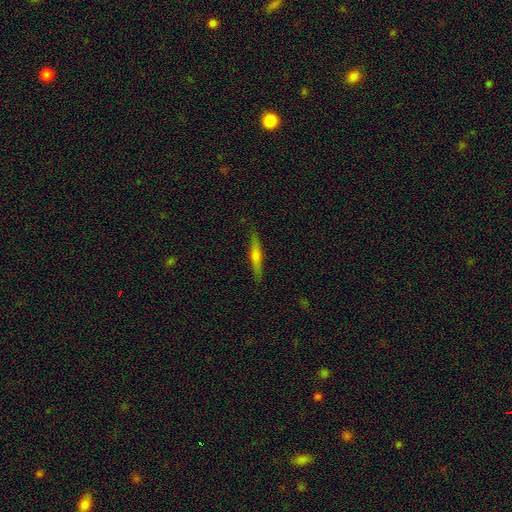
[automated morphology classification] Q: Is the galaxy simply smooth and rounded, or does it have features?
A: featured or disk — 51%.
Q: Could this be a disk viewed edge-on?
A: yes — 95%.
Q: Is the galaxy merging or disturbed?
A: none — 89%.